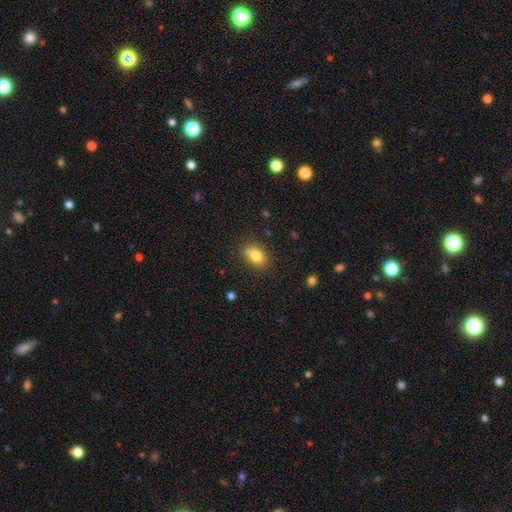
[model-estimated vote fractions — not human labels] Smooth or featured? smooth (80%)
How rounded? in between (72%)
Merging? none (63%)